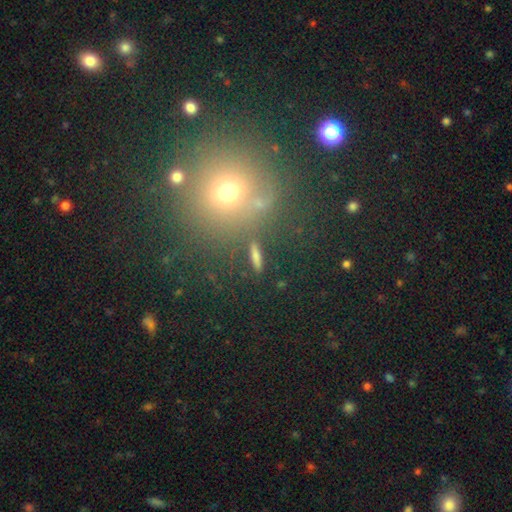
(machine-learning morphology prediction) Q: Smooth or featured?
A: smooth (52%); runner-up: star or artifact (34%)
Q: How rounded?
A: round (80%); runner-up: in between (16%)
Q: Merging?
A: none (78%); runner-up: minor disturbance (10%)